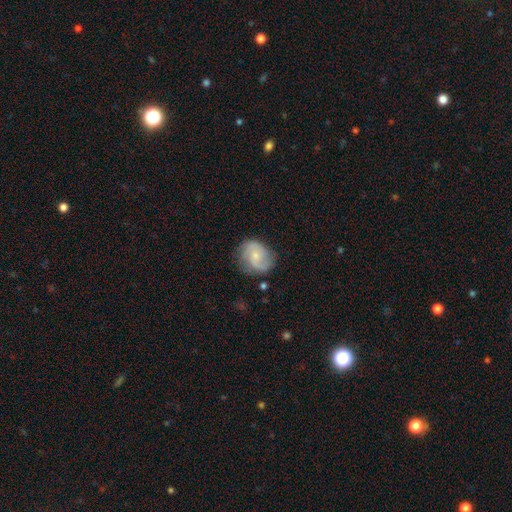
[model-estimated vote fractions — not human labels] Smooth or featured? Predicted: featured or disk (p=0.69). Edge-on disk? Predicted: no (p=0.98). Bar? Predicted: no (p=0.64). Spiral arms? Predicted: yes (p=0.93). Spiral winding? Predicted: medium (p=0.47). Spiral arm count? Predicted: 2 (p=0.79). Bulge size? Predicted: small (p=0.61). Merging? Predicted: none (p=0.70).